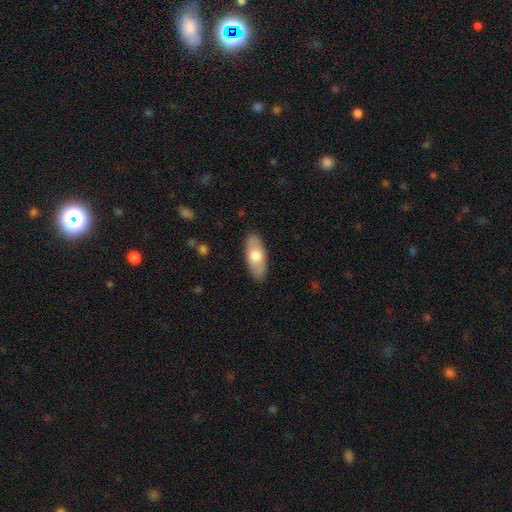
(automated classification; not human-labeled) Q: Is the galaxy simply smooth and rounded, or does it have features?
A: smooth — 69%.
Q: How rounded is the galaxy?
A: in between — 84%.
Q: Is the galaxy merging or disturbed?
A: none — 87%.